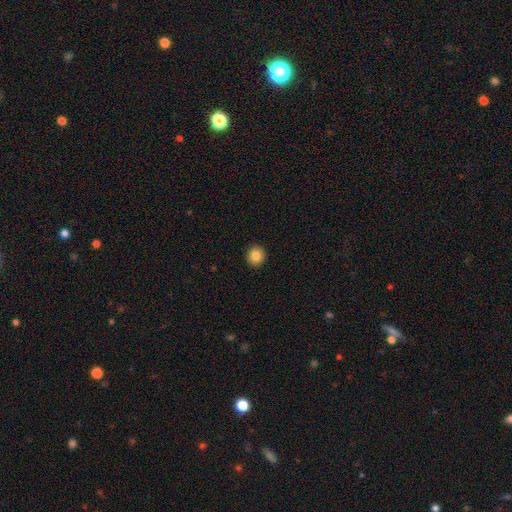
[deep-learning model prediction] This is clearly a smooth galaxy (84%). How rounded: clearly round (88%). Merging: clearly none (93%).